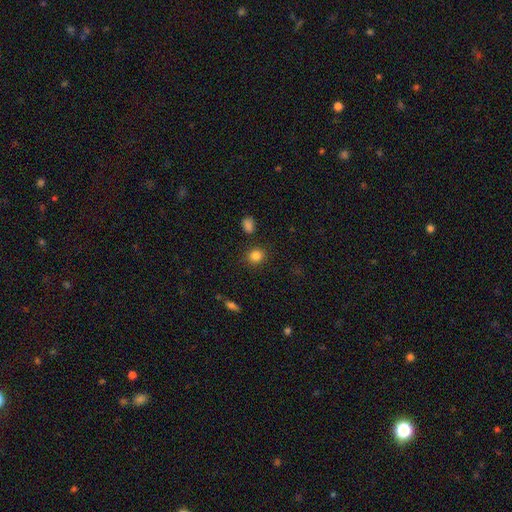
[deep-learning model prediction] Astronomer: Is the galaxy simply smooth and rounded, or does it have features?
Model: smooth — 84%.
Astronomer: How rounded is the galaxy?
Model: round — 86%.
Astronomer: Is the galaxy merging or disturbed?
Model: none — 88%.